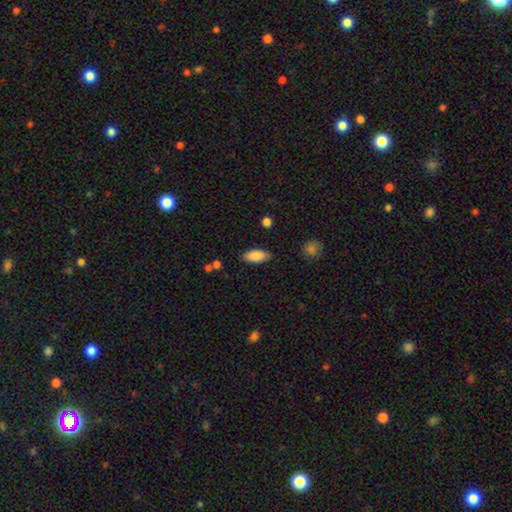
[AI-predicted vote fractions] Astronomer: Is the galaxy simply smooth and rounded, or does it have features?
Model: smooth — 88%.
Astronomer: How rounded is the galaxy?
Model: in between — 90%.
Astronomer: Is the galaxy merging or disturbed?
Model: none — 84%.